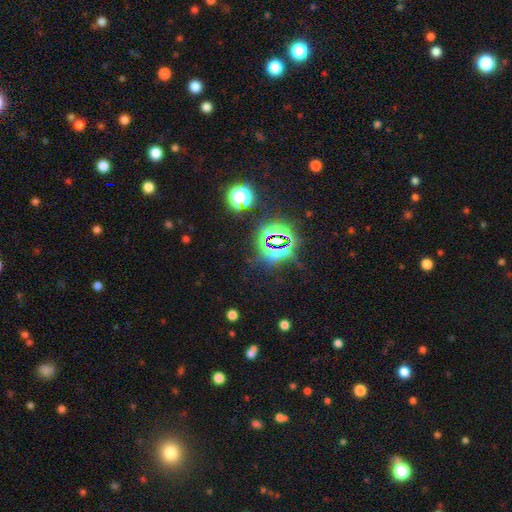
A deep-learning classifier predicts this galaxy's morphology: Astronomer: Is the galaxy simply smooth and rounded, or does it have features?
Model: star or artifact — 79%.